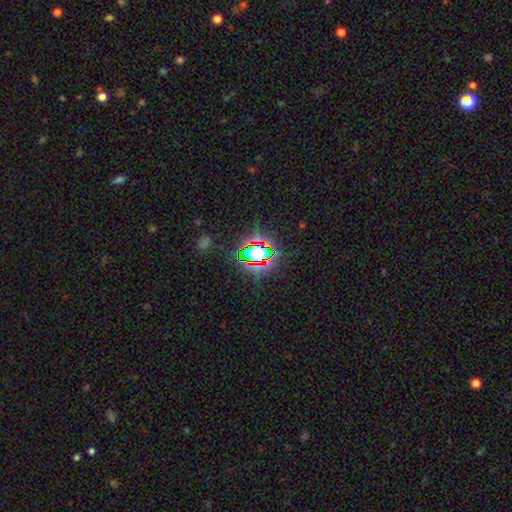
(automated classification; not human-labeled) smooth_or_featured: star or artifact (p=0.71) [alt: smooth p=0.19]